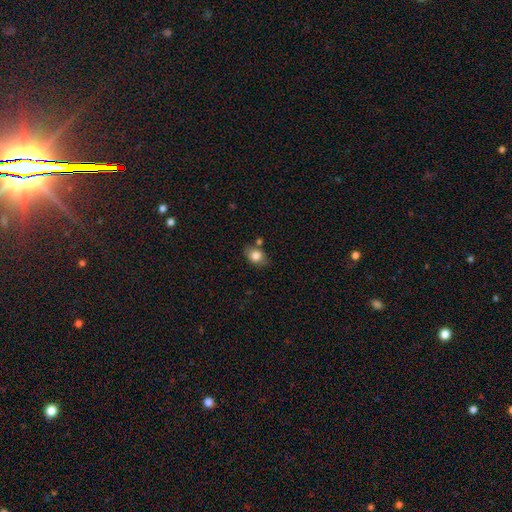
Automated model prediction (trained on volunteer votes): This is clearly a smooth galaxy (81%). How rounded: likely in between (67%). Merging: likely none (71%).